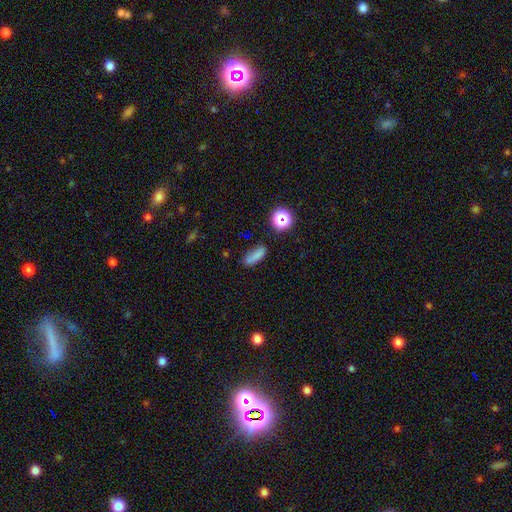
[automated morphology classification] Smooth or featured: smooth — 77% (star or artifact — 15%)
How rounded: in between — 57% (cigar-shaped — 36%)
Merging: none — 73% (minor disturbance — 17%)